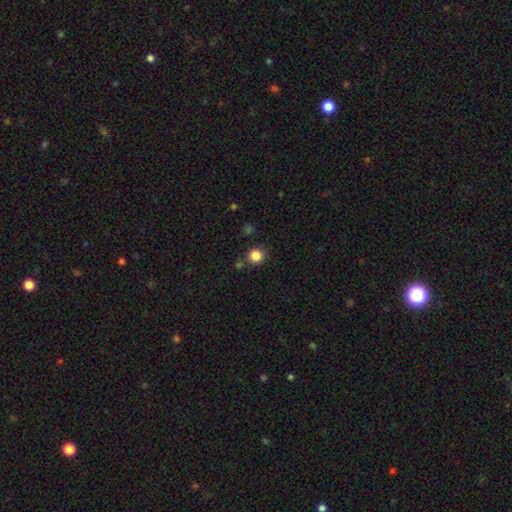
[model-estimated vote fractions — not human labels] A smooth galaxy with no disk features (85%) that is round (91%). Merging: none (82%).